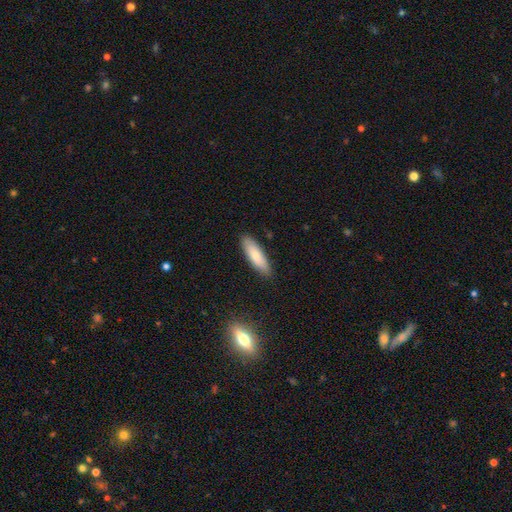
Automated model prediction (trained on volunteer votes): A smooth galaxy with no disk features (76%) that is cigar-shaped (53%).

Vote fractions:
- Smooth or featured? smooth: 76% / featured or disk: 18% / star or artifact: 6%
- How rounded? cigar-shaped: 53% / in between: 45% / round: 2%
- Merging? none: 87% / minor disturbance: 10% / major disturbance: 2% / merger: 1%